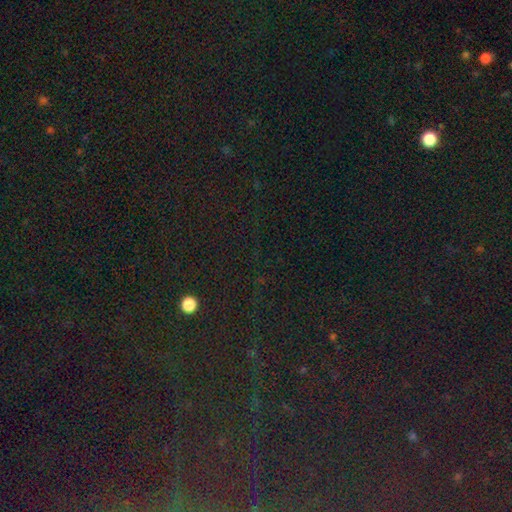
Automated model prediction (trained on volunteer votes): Overall: star or artifact (84%).